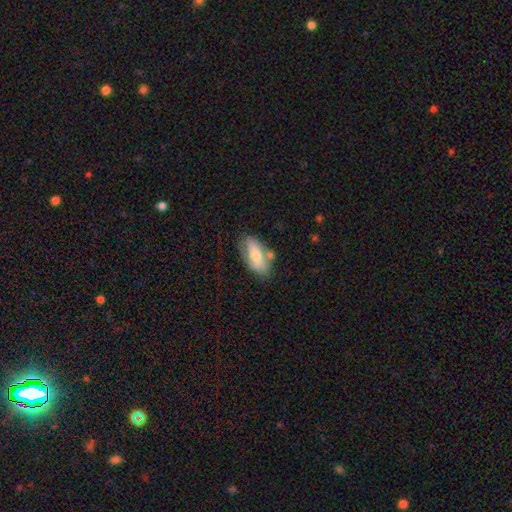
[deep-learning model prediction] Q: Smooth or featured?
A: smooth (58%); runner-up: featured or disk (35%)
Q: How rounded?
A: in between (87%); runner-up: cigar-shaped (9%)
Q: Merging?
A: none (58%); runner-up: minor disturbance (22%)